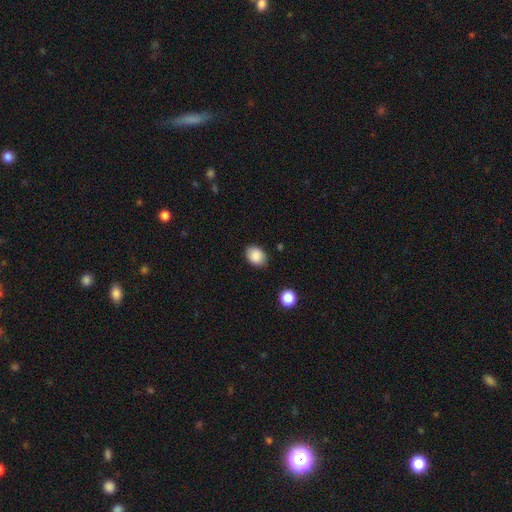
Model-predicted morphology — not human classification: A smooth galaxy with no disk features (88%) that is in between round and cigar-shaped (63%). Merging: none (83%).